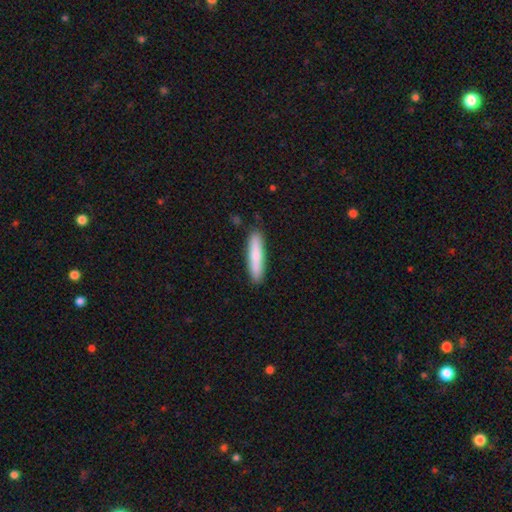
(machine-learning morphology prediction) smooth-or-featured: smooth: 75% | featured or disk: 20% | star or artifact: 5%
  how-rounded: cigar-shaped: 86% | in between: 13% | round: 1%
  merging: none: 88% | minor disturbance: 9% | major disturbance: 2% | merger: 2%